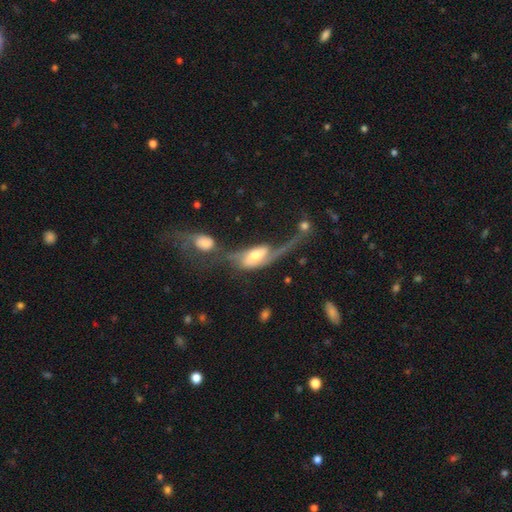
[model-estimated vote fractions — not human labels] This appears to be a featured or disk galaxy (63%) with no bar (40%), spiral arms (77%) and a moderate central bulge (50%). Merging: major disturbance (41%).